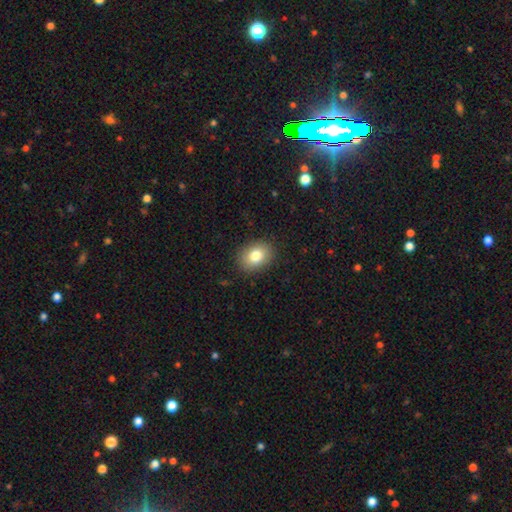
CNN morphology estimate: A smooth galaxy with no disk features (81%) that is in between round and cigar-shaped (66%). Merging: none (89%).